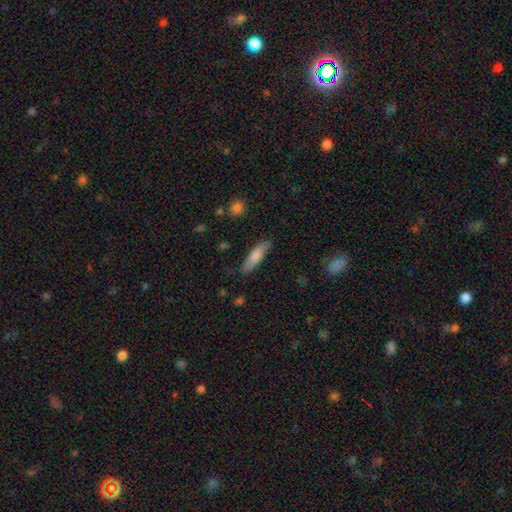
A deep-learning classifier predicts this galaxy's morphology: type=smooth (75%); roundness=cigar-shaped (60%); merging=none (81%).